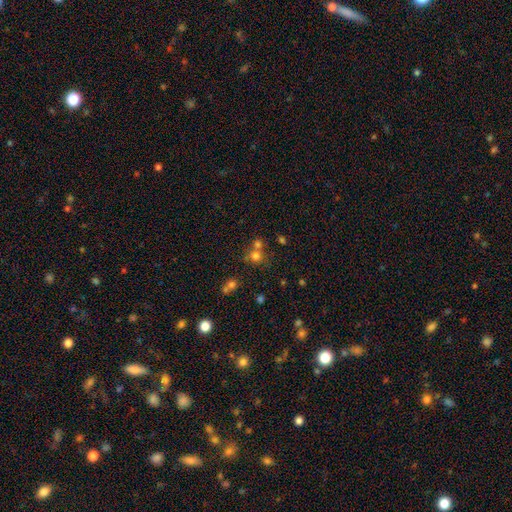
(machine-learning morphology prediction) smooth_or_featured: smooth (p=0.69) [alt: star or artifact p=0.19]
how_rounded: round (p=0.86) [alt: in between p=0.13]
merging: none (p=0.51) [alt: merger p=0.38]